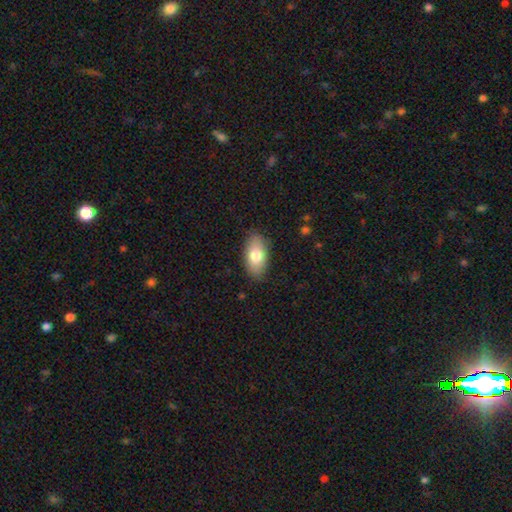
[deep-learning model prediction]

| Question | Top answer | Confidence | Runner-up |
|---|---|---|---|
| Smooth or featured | smooth | 76% | featured or disk (18%) |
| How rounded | in between | 92% | round (4%) |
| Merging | none | 85% | minor disturbance (11%) |